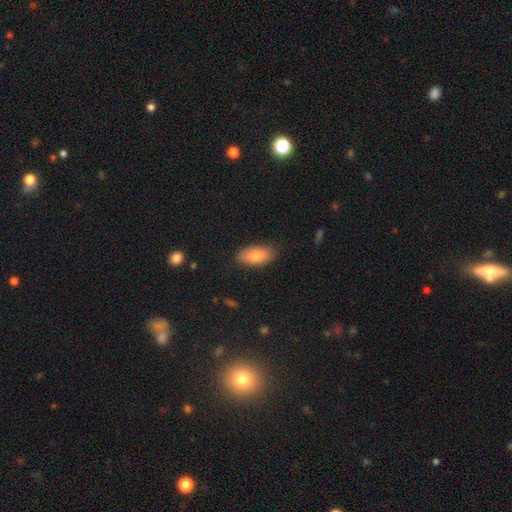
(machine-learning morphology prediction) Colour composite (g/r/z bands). It shows a smooth galaxy with no disk features (77%) that is in between round and cigar-shaped (92%). Merging: none (82%).